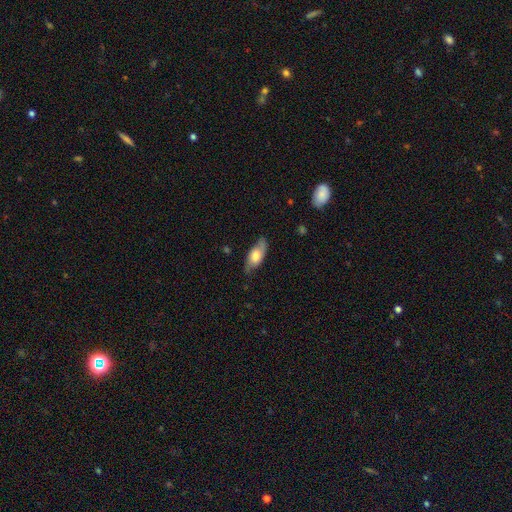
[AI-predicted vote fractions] Smooth or featured? Predicted: smooth (p=0.52). How rounded? Predicted: in between (p=0.82). Merging? Predicted: none (p=0.71).